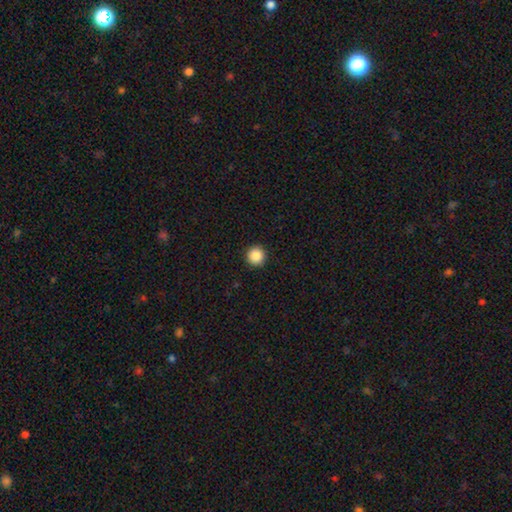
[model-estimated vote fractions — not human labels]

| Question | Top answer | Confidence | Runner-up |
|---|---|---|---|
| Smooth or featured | smooth | 87% | star or artifact (9%) |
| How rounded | round | 96% | in between (4%) |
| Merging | none | 93% | minor disturbance (4%) |